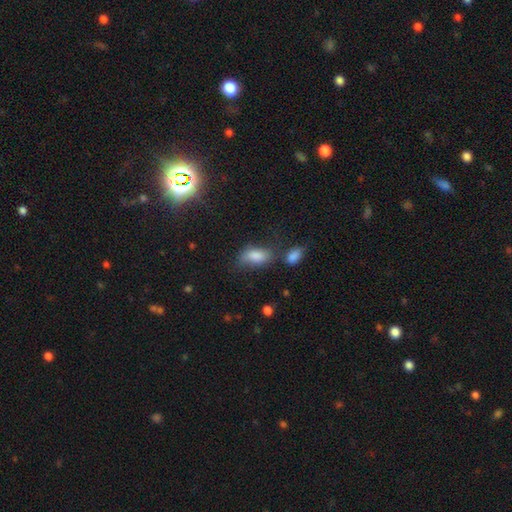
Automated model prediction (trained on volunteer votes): smooth 75%, star or artifact 14%, featured or disk 11%. Down the decision tree: how rounded — in between (88%); merging — none (51%).